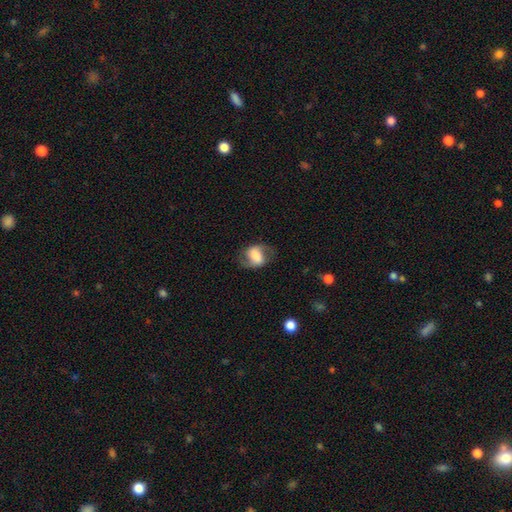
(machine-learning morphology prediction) A featured or disk galaxy (48%).

Vote fractions:
- Smooth or featured? featured or disk: 48% / smooth: 44% / star or artifact: 8%
- Merging? none: 66% / minor disturbance: 20% / major disturbance: 12% / merger: 1%